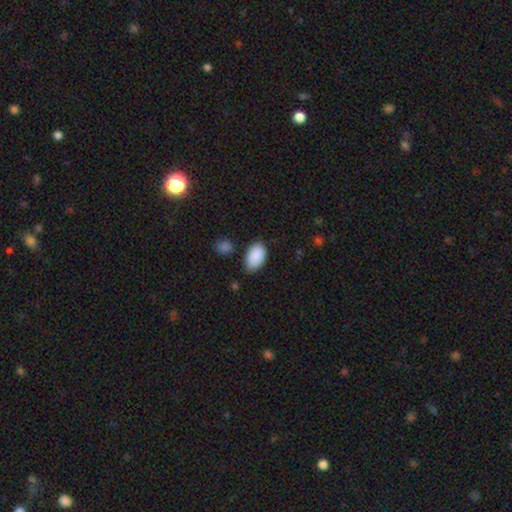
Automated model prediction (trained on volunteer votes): smooth-or-featured: smooth: 89% | star or artifact: 6% | featured or disk: 4%
  how-rounded: in between: 94% | round: 5% | cigar-shaped: 1%
  merging: none: 74% | minor disturbance: 19% | major disturbance: 4% | merger: 3%